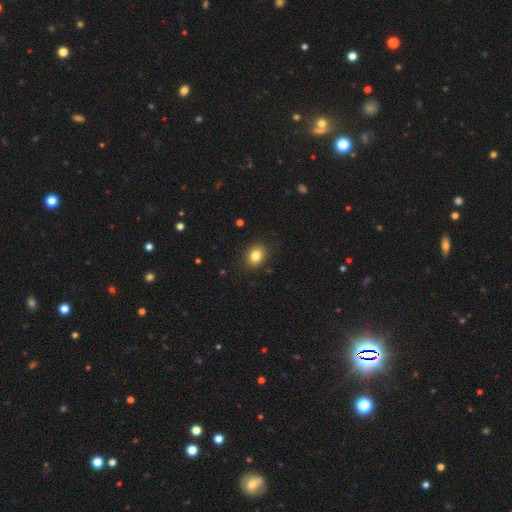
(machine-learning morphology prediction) Q: Smooth or featured?
A: smooth (82%); runner-up: star or artifact (11%)
Q: How rounded?
A: round (50%); runner-up: in between (49%)
Q: Merging?
A: none (88%); runner-up: minor disturbance (9%)